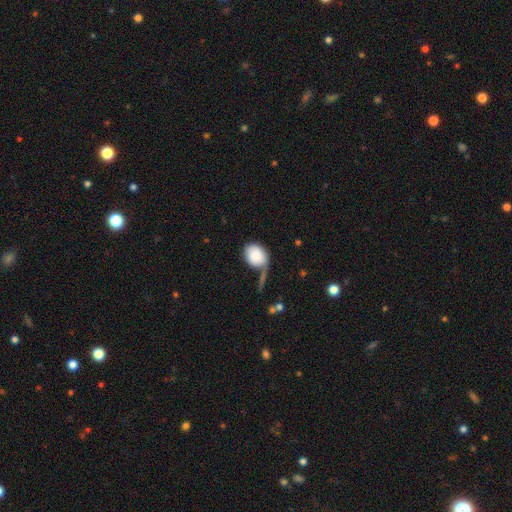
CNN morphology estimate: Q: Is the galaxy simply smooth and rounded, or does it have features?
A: smooth — 81%.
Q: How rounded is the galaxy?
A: in between — 55%.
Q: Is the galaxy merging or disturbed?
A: none — 38%.